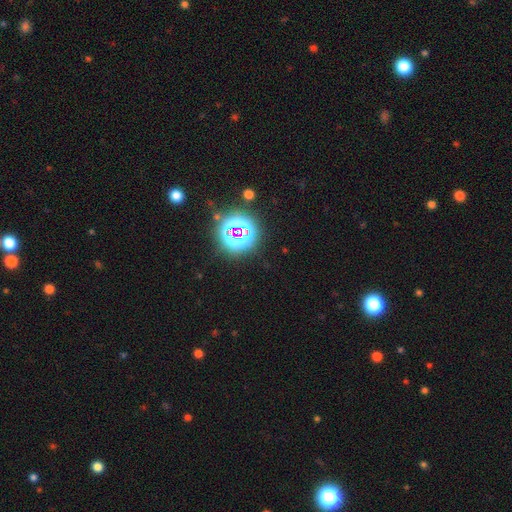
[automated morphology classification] Smooth or featured: star or artifact — 78% (smooth — 14%)